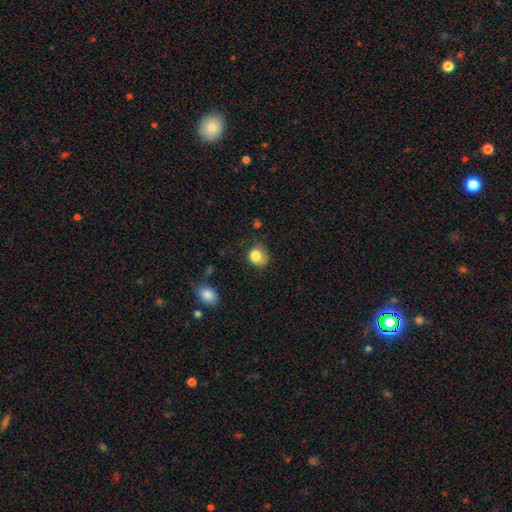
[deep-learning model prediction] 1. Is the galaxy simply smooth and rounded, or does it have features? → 83% smooth, 10% star or artifact, 8% featured or disk.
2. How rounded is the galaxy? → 69% round, 31% in between, 1% cigar-shaped.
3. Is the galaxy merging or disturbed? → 53% none, 32% minor disturbance, 13% major disturbance, 2% merger.